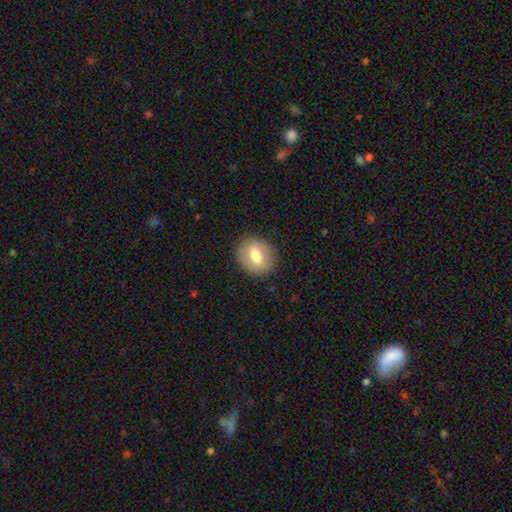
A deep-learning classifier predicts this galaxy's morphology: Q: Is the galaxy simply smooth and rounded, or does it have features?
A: smooth — 66%.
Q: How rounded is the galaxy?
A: round — 59%.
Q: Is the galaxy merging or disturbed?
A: none — 86%.